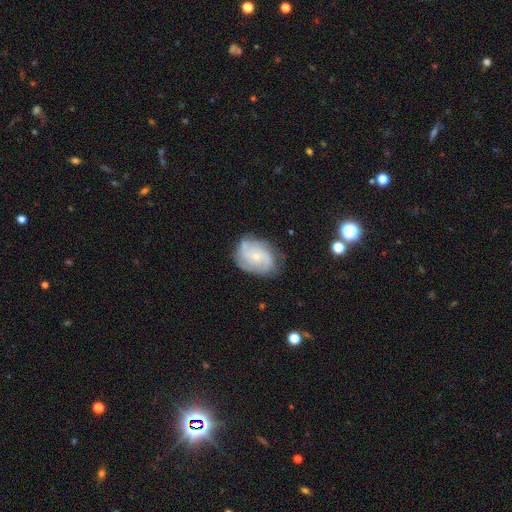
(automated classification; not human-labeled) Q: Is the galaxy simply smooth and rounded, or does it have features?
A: featured or disk — 73%.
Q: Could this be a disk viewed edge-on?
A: no — 97%.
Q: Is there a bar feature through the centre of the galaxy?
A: no — 72%.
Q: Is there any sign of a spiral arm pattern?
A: yes — 91%.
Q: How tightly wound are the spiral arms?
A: tight — 48%.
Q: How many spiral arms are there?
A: can't tell — 30%.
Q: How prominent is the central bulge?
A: small — 72%.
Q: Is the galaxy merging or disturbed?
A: none — 66%.